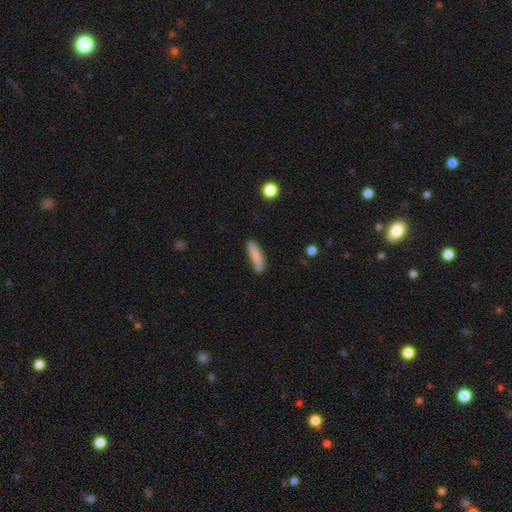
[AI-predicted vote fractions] This is clearly a smooth galaxy (81%). How rounded: likely cigar-shaped (75%). Merging: likely none (69%).